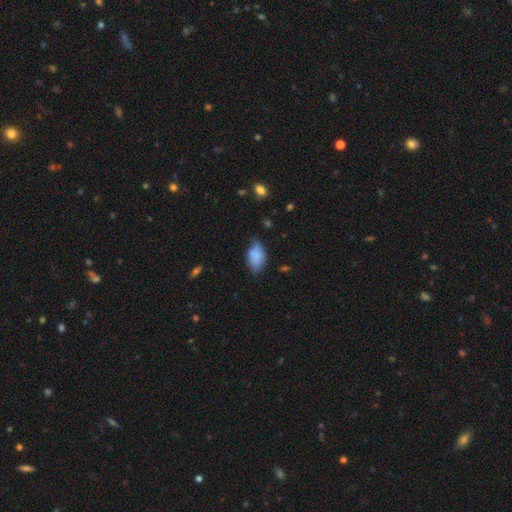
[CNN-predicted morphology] smooth-or-featured: smooth: 81% | featured or disk: 11% | star or artifact: 8%
  how-rounded: in between: 90% | round: 7% | cigar-shaped: 2%
  merging: none: 49% | minor disturbance: 39% | major disturbance: 10% | merger: 2%